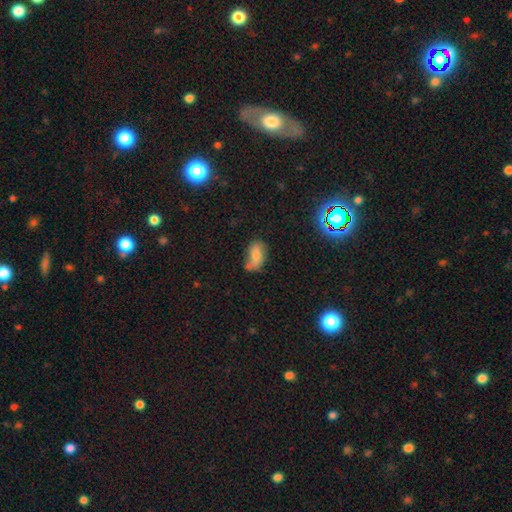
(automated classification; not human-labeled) Smooth or featured?
  - smooth: 67% *
  - featured or disk: 21%
  - star or artifact: 11%
How rounded?
  - in between: 90% *
  - round: 6%
  - cigar-shaped: 4%
Merging?
  - none: 43% *
  - minor disturbance: 32%
  - major disturbance: 16%
  - merger: 10%